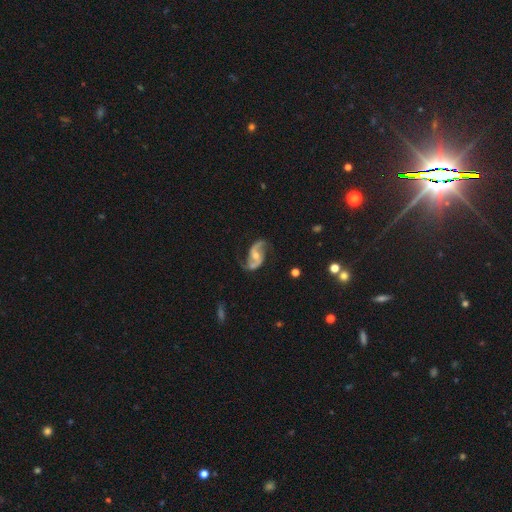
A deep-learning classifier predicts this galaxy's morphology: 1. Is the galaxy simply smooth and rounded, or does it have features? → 90% featured or disk, 6% smooth, 5% star or artifact.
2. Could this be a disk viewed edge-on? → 97% no, 3% yes.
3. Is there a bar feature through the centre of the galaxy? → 47% no, 38% weak, 15% strong.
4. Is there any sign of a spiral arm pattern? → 97% yes, 3% no.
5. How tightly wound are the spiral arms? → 57% loose, 34% medium, 9% tight.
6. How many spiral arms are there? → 94% 2, 2% can't tell, 2% 1, 1% 3, 1% 4, 1% more than 4.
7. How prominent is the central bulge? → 60% moderate, 34% small, 3% large, 2% none, 1% dominant.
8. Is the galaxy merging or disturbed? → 74% none, 17% minor disturbance, 7% major disturbance, 2% merger.